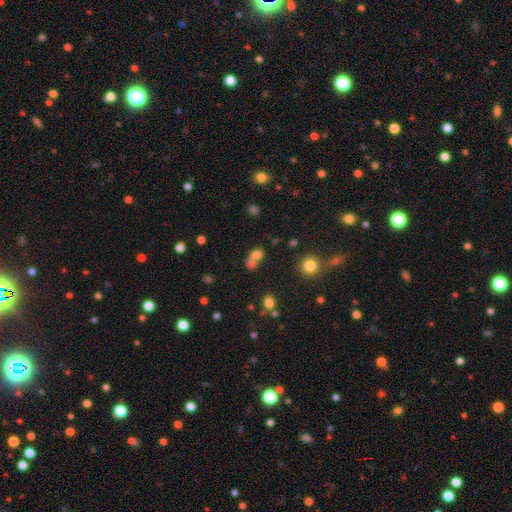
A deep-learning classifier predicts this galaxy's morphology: smooth-or-featured: smooth: 74% | star or artifact: 15% | featured or disk: 11%
  how-rounded: round: 52% | in between: 47% | cigar-shaped: 2%
  merging: merger: 58% | none: 30% | minor disturbance: 7% | major disturbance: 4%